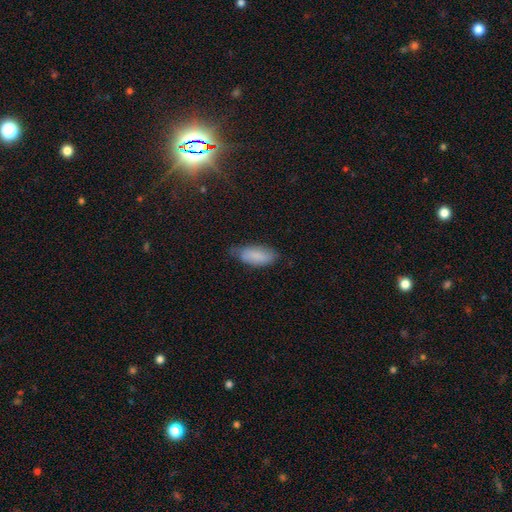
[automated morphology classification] Smooth or featured?
  - smooth: 82% *
  - featured or disk: 11%
  - star or artifact: 7%
How rounded?
  - in between: 84% *
  - cigar-shaped: 14%
  - round: 2%
Merging?
  - none: 59% *
  - minor disturbance: 33%
  - major disturbance: 7%
  - merger: 2%